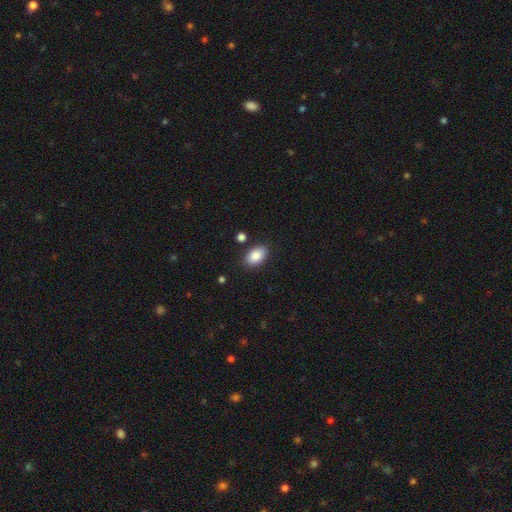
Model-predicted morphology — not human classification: smooth_or_featured: smooth (p=0.86) [alt: star or artifact p=0.07]
how_rounded: in between (p=0.90) [alt: round p=0.08]
merging: none (p=0.84) [alt: minor disturbance p=0.11]